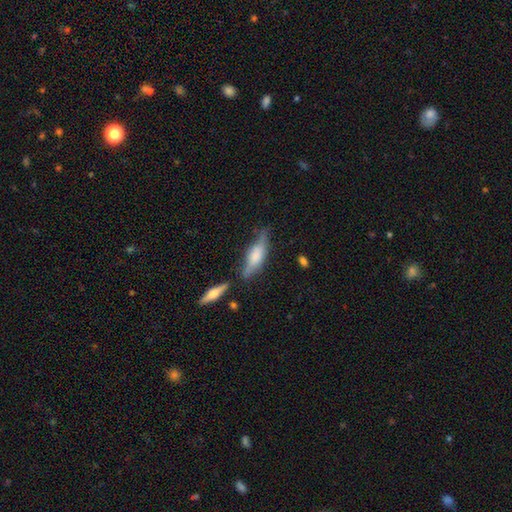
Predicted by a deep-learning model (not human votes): This appears to be a smooth galaxy with no disk features (51%) that is cigar-shaped (55%). Merging: none (59%).